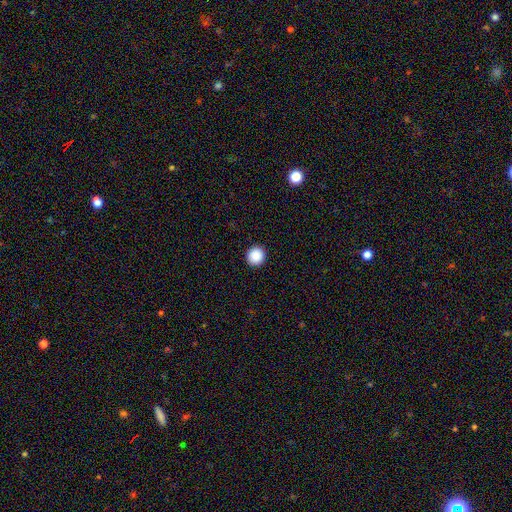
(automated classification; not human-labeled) Smooth or featured?
  - smooth: 89% *
  - star or artifact: 8%
  - featured or disk: 3%
How rounded?
  - round: 92% *
  - in between: 7%
  - cigar-shaped: 1%
Merging?
  - none: 93% *
  - minor disturbance: 4%
  - major disturbance: 1%
  - merger: 1%